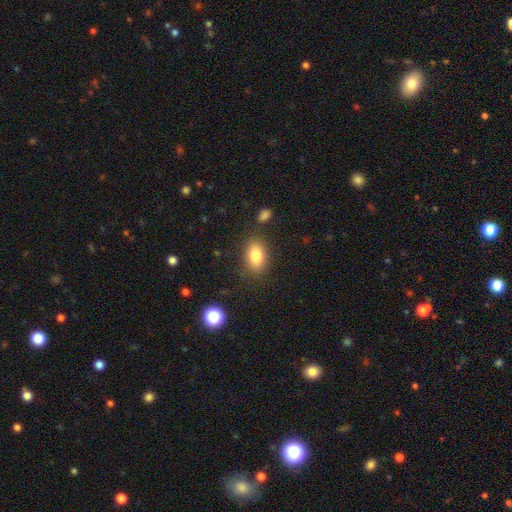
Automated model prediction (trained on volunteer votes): Smooth or featured? Predicted: smooth (p=0.83). How rounded? Predicted: in between (p=0.86). Merging? Predicted: none (p=0.82).